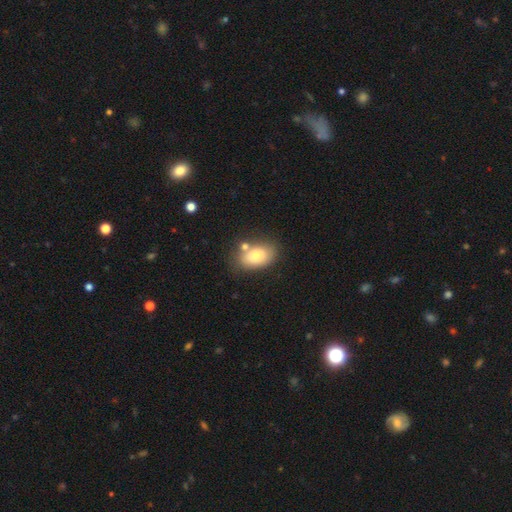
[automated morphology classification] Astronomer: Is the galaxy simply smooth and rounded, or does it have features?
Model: smooth — 79%.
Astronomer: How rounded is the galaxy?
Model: in between — 90%.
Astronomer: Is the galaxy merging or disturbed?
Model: none — 64%.